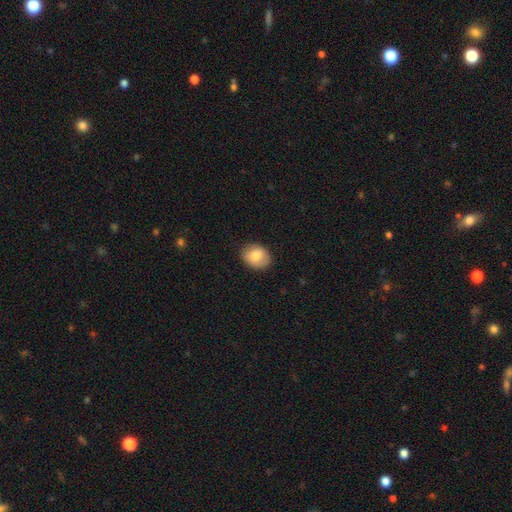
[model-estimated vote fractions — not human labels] Smooth or featured? Predicted: smooth (p=0.81). How rounded? Predicted: in between (p=0.58). Merging? Predicted: none (p=0.82).